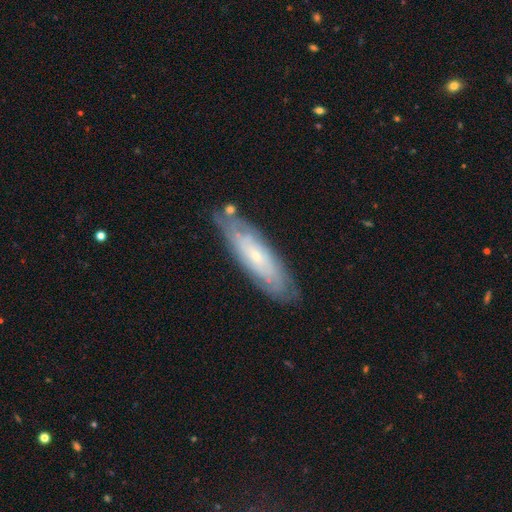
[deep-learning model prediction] A featured or disk galaxy (68%) with no bar (75%), spiral arms (80%) and a small central bulge (79%). Merging: none (78%).